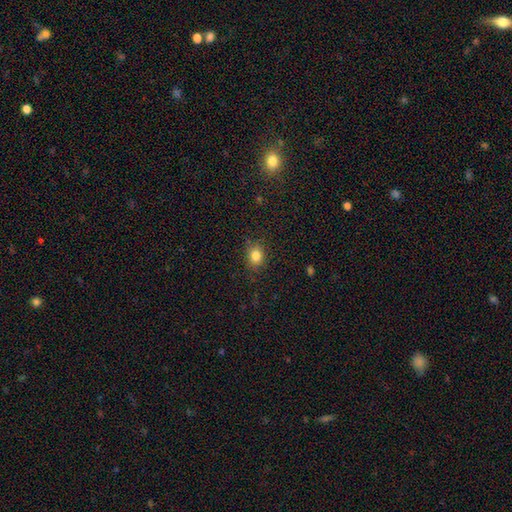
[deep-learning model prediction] A smooth galaxy with no disk features (83%) that is round (53%).

Vote fractions:
- Smooth or featured? smooth: 83% / star or artifact: 12% / featured or disk: 5%
- How rounded? round: 53% / in between: 46% / cigar-shaped: 1%
- Merging? none: 83% / minor disturbance: 12% / major disturbance: 3% / merger: 1%